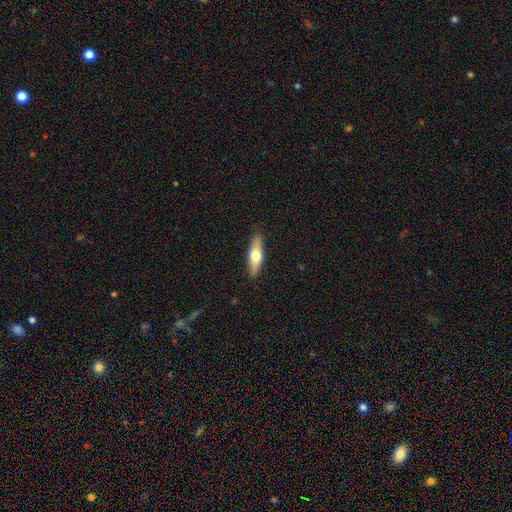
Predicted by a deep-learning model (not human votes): A smooth galaxy with no disk features (60%) that is cigar-shaped (58%). Merging: none (87%).